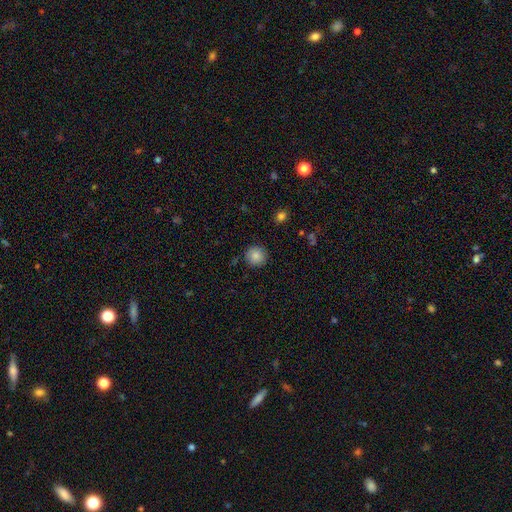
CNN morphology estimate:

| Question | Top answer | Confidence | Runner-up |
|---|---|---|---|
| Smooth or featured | smooth | 85% | star or artifact (9%) |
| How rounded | round | 94% | in between (5%) |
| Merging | none | 89% | minor disturbance (7%) |